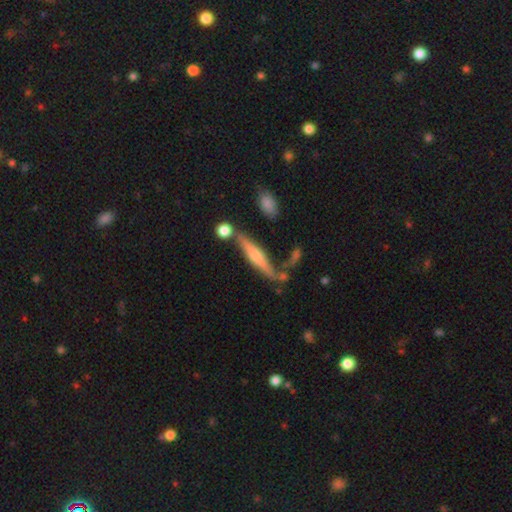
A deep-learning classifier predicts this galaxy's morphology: Smooth or featured: featured or disk — 53% (smooth — 39%)
Edge-on disk: yes — 90% (no — 10%)
Merging: none — 58% (minor disturbance — 19%)